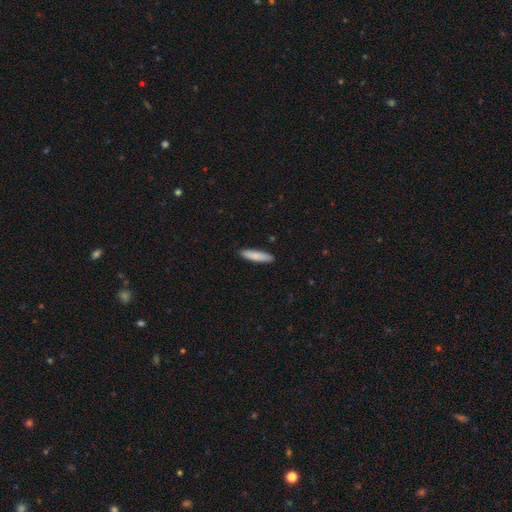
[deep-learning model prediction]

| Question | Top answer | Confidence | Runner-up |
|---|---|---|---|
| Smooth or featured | smooth | 83% | featured or disk (12%) |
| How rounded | cigar-shaped | 79% | in between (20%) |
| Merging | none | 89% | minor disturbance (8%) |